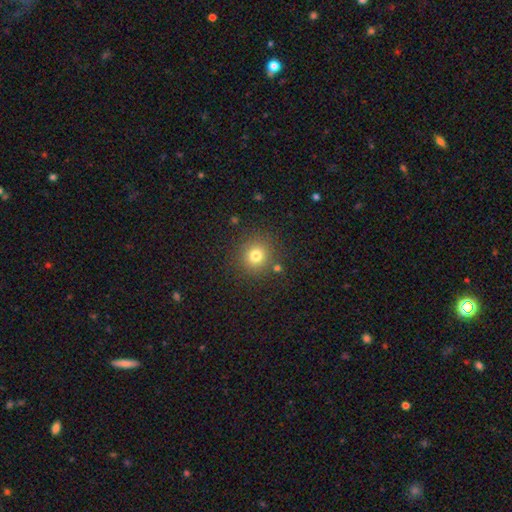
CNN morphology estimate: Q: Smooth or featured?
A: smooth (77%); runner-up: star or artifact (15%)
Q: How rounded?
A: round (92%); runner-up: in between (7%)
Q: Merging?
A: none (85%); runner-up: minor disturbance (8%)